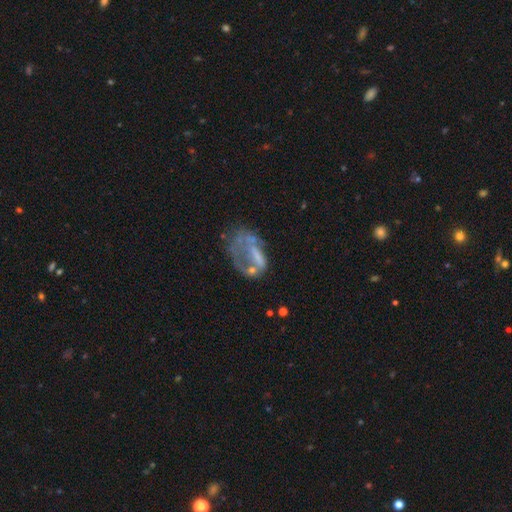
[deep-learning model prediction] smooth-or-featured: featured or disk: 54% | smooth: 33% | star or artifact: 13%
  disk-edge-on: no: 96% | yes: 4%
    bar: no: 76% | weak: 16% | strong: 8%
    has-spiral-arms: no: 87% | yes: 13%
    bulge-size: none: 63% | small: 16% | moderate: 15% | large: 4% | dominant: 1%
  merging: major disturbance: 42% | none: 28% | minor disturbance: 18% | merger: 13%